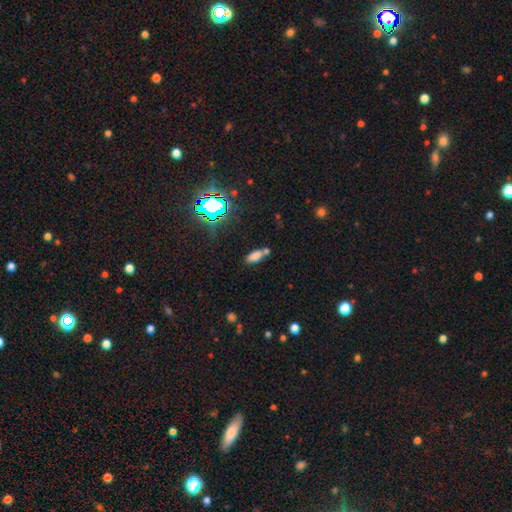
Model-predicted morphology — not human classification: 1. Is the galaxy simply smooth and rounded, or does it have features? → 73% smooth, 18% star or artifact, 9% featured or disk.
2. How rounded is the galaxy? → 83% in between, 13% cigar-shaped, 4% round.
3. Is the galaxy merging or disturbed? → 53% none, 28% merger, 14% minor disturbance, 5% major disturbance.